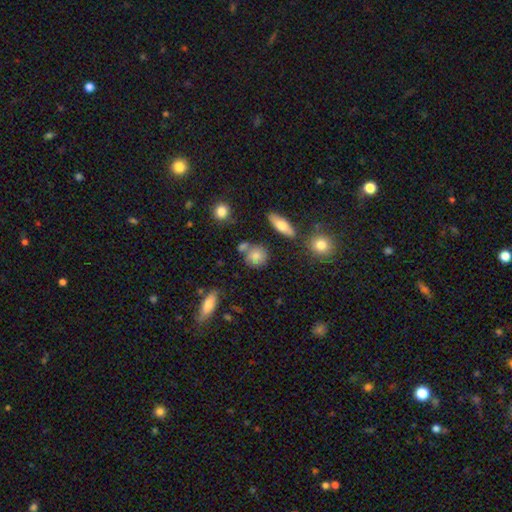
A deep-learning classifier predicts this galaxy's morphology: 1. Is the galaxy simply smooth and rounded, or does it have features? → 76% smooth, 13% featured or disk, 10% star or artifact.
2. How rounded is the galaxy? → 77% round, 21% in between, 2% cigar-shaped.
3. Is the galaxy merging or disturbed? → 65% none, 16% minor disturbance, 14% merger, 5% major disturbance.